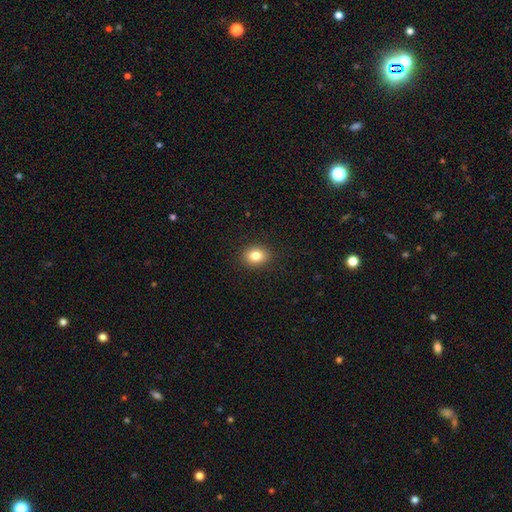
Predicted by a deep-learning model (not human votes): Smooth or featured: smooth — 84% (star or artifact — 10%)
How rounded: in between — 54% (round — 45%)
Merging: none — 90% (minor disturbance — 7%)